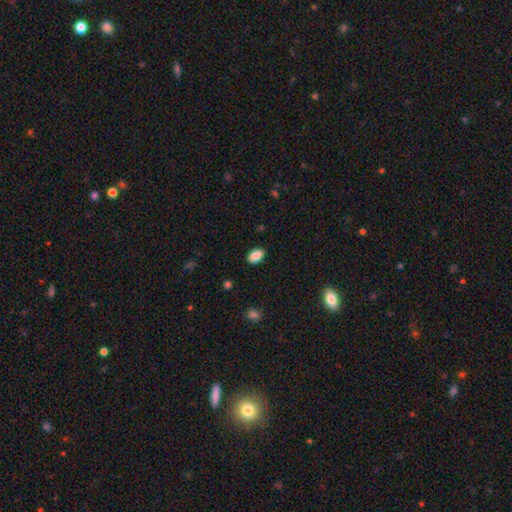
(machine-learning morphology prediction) type=smooth (88%); roundness=in between (90%); merging=none (88%).